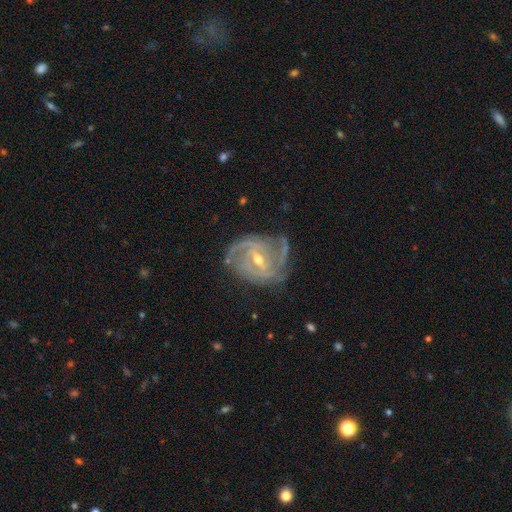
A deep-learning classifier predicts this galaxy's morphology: smooth_or_featured: featured or disk (p=0.84) [alt: star or artifact p=0.09]
disk_edge_on: no (p=0.97) [alt: yes p=0.03]
bar: weak (p=0.45) [alt: strong p=0.29]
has_spiral_arms: yes (p=0.94) [alt: no p=0.06]
spiral_winding: medium (p=0.44) [alt: tight p=0.41]
spiral_arm_count: 2 (p=0.39) [alt: 3 p=0.24]
bulge_size: small (p=0.55) [alt: moderate p=0.42]
merging: none (p=0.66) [alt: minor disturbance p=0.21]